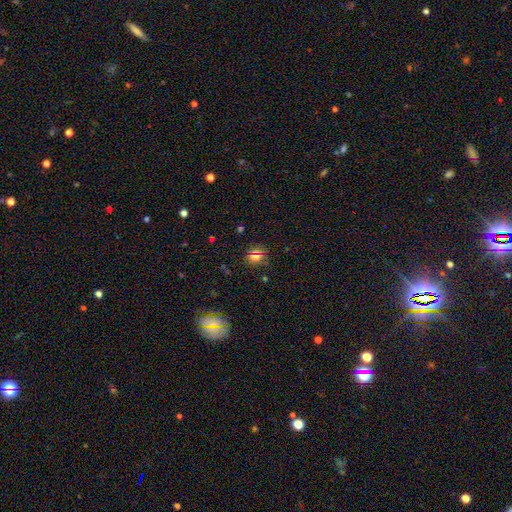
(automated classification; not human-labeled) This is possibly a smooth galaxy (60%). How rounded: clearly round (80%). Merging: clearly none (84%).